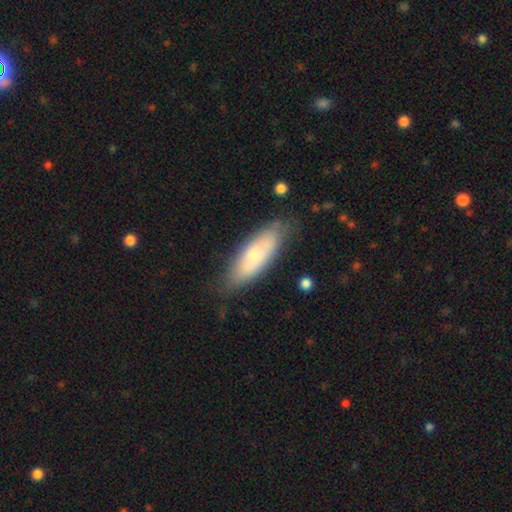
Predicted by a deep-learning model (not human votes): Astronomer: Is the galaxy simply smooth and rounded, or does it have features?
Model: smooth — 66%.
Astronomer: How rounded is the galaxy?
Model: in between — 59% (runner-up: cigar-shaped, 39%).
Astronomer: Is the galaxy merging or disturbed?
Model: none — 77%.